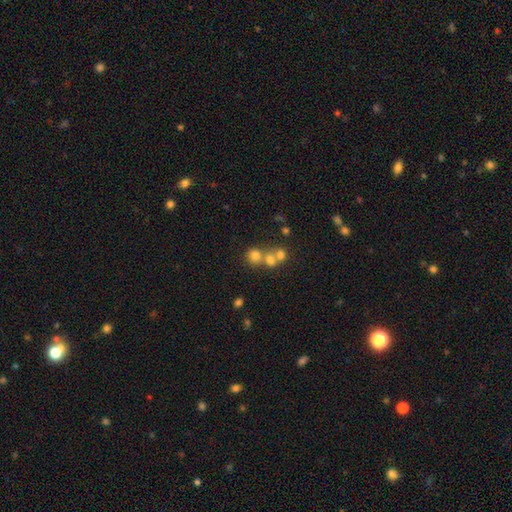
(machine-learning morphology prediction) This appears to be a smooth galaxy with no disk features (63%) that is round (84%). Merging: merger (46%).